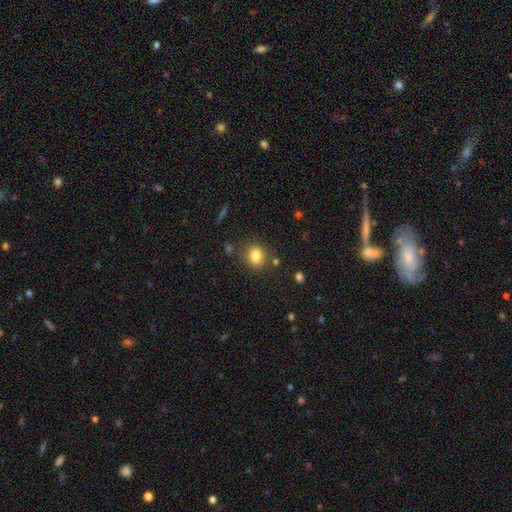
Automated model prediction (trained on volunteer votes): Smooth or featured? Predicted: smooth (p=0.82). How rounded? Predicted: round (p=0.58). Merging? Predicted: none (p=0.81).